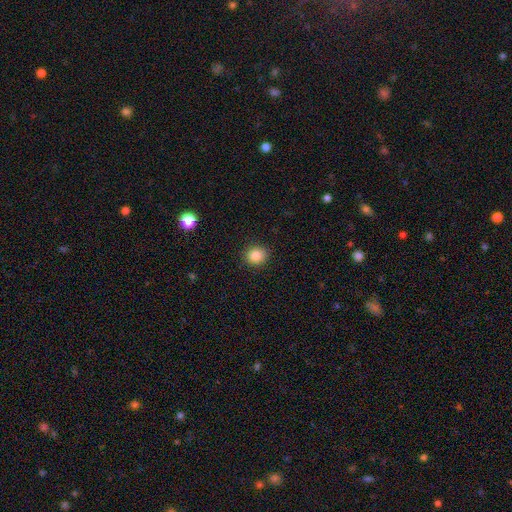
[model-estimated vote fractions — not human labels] The model was most divided on "how rounded": round: 82%, in between: 17%, cigar-shaped: 1%. More confident: merging — none (91%); smooth or featured — smooth (84%).